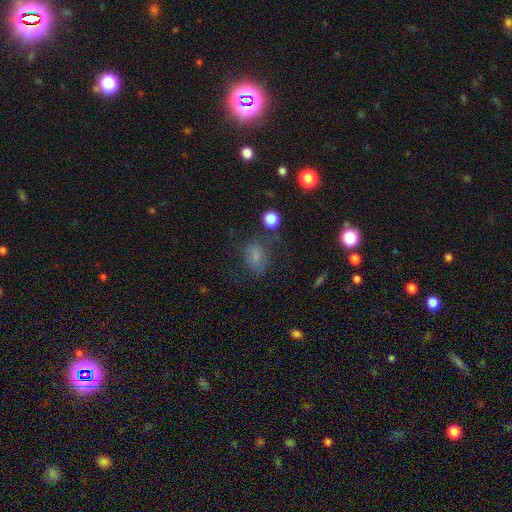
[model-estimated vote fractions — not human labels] This appears to be a smooth galaxy with no disk features (65%) that is in between round and cigar-shaped (65%). Merging: none (56%).